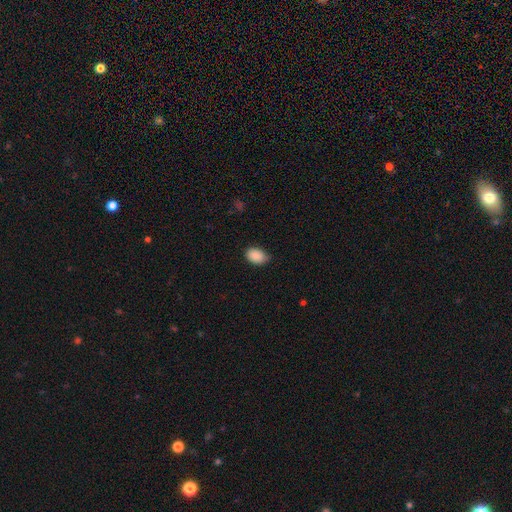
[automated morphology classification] smooth 89%, star or artifact 7%, featured or disk 4%. Down the decision tree: how rounded — in between (82%); merging — none (68%).